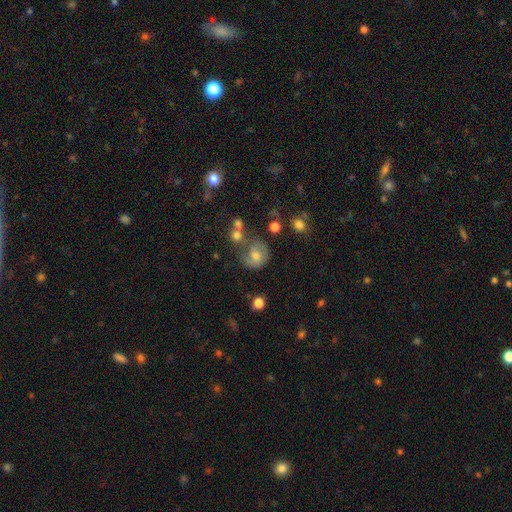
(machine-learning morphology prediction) The model was most divided on "smooth or featured": smooth: 46%, featured or disk: 41%, star or artifact: 13%. Remaining: merging — none (46%).